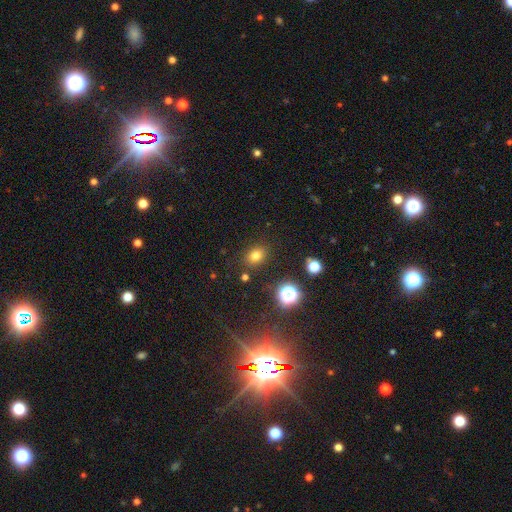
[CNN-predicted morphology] The model was most divided on "how rounded": in between: 55%, round: 44%, cigar-shaped: 1%. More confident: merging — none (84%); smooth or featured — smooth (74%).